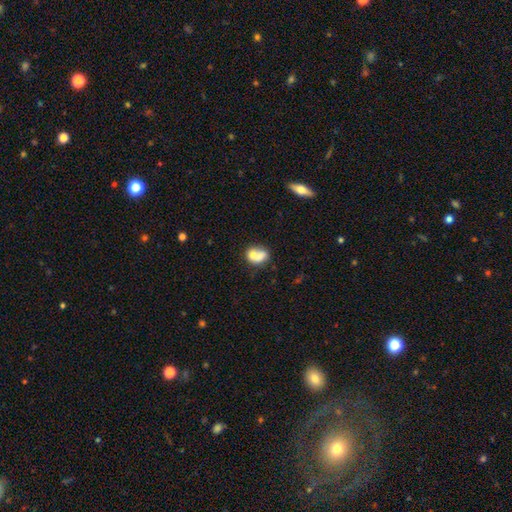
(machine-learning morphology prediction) smooth-or-featured: smooth: 65% | featured or disk: 26% | star or artifact: 9%
  how-rounded: round: 52% | in between: 47% | cigar-shaped: 1%
  merging: merger: 60% | none: 24% | minor disturbance: 10% | major disturbance: 6%